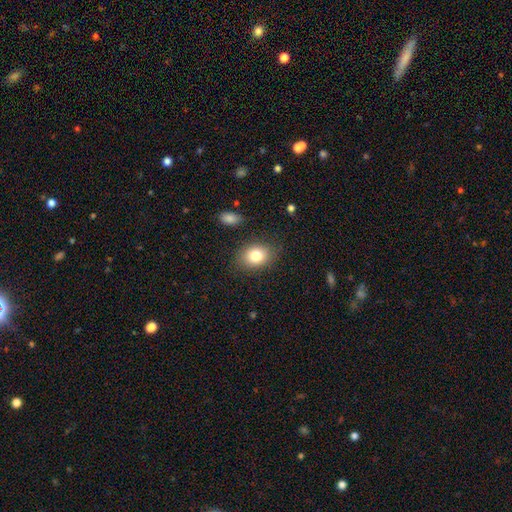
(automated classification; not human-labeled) smooth-or-featured: smooth: 81% | featured or disk: 10% | star or artifact: 9%
  how-rounded: in between: 66% | round: 33% | cigar-shaped: 1%
  merging: none: 83% | minor disturbance: 12% | major disturbance: 4% | merger: 2%